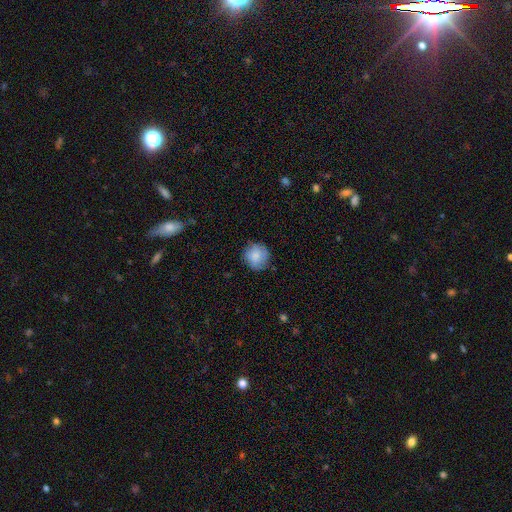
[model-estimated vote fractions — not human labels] Morphology: type=smooth (83%); roundness=round (91%); merging=none (81%).